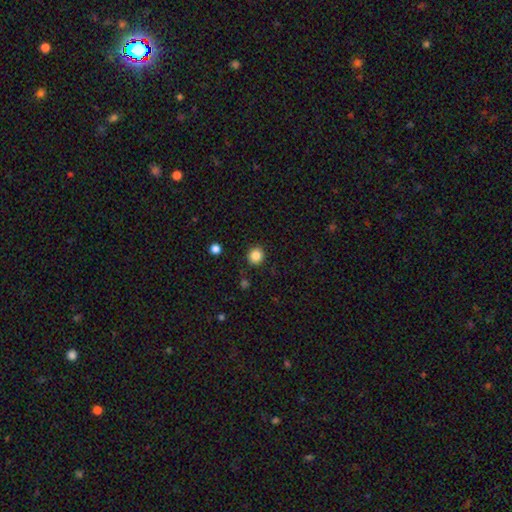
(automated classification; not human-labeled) A smooth galaxy with no disk features (85%) that is round (89%).

Vote fractions:
- Smooth or featured? smooth: 85% / star or artifact: 11% / featured or disk: 4%
- How rounded? round: 89% / in between: 10% / cigar-shaped: 1%
- Merging? none: 89% / minor disturbance: 7% / major disturbance: 2% / merger: 2%